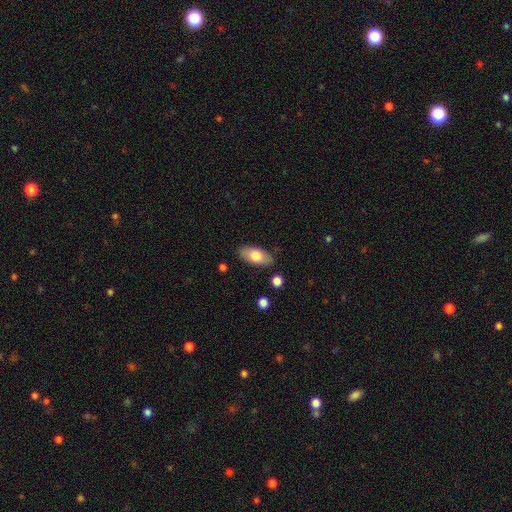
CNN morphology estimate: Smooth or featured: smooth — 75% (featured or disk — 19%)
How rounded: in between — 91% (cigar-shaped — 6%)
Merging: none — 84% (minor disturbance — 11%)